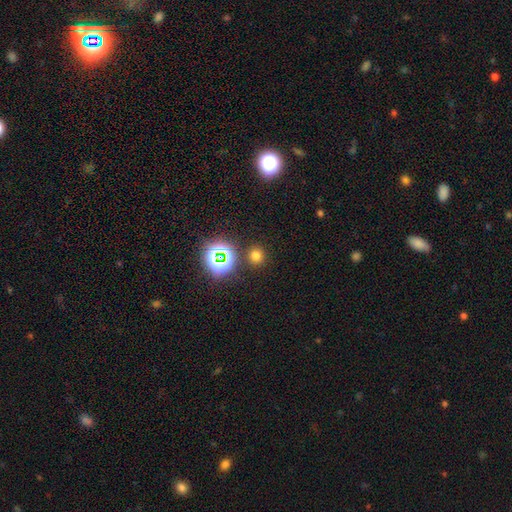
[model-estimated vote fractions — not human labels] Overall: smooth (68%). How rounded: round (87%). Merging: none (86%).